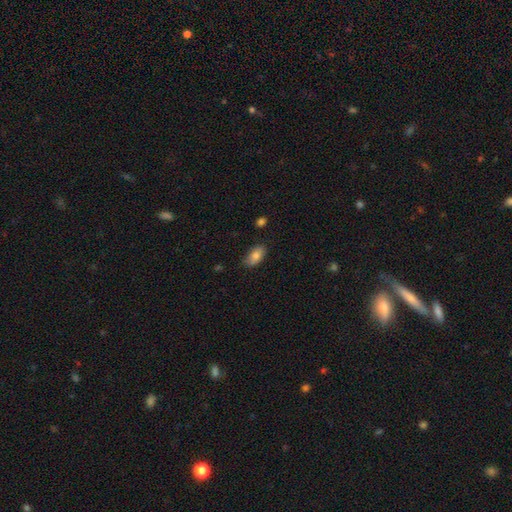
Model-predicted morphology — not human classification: smooth 81%, featured or disk 12%, star or artifact 7%. Down the decision tree: how rounded — in between (93%); merging — none (76%).